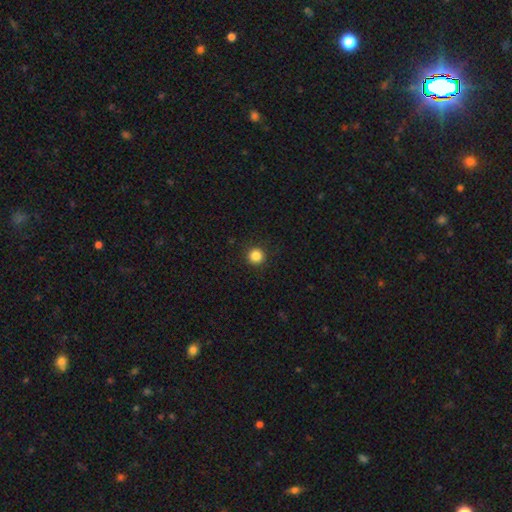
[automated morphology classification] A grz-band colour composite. It shows a smooth galaxy with no disk features (85%) that is round (96%). Merging: none (93%).